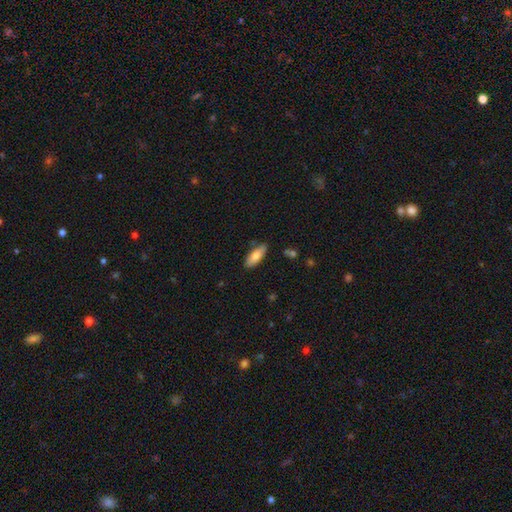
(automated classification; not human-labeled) This is likely a smooth galaxy (79%). How rounded: likely in between (72%). Merging: clearly none (82%).